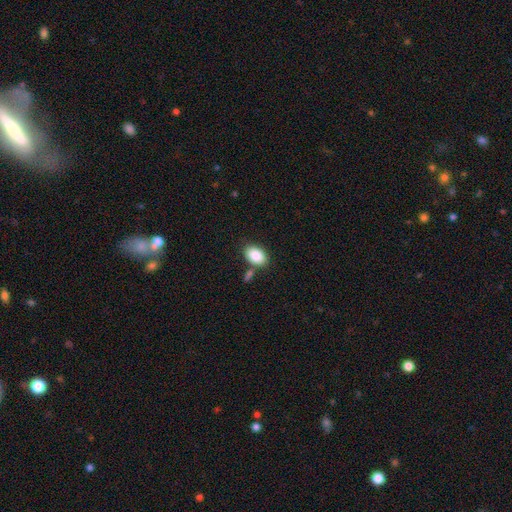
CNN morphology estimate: Overall: smooth (88%). How rounded: in between (88%). Merging: none (72%).